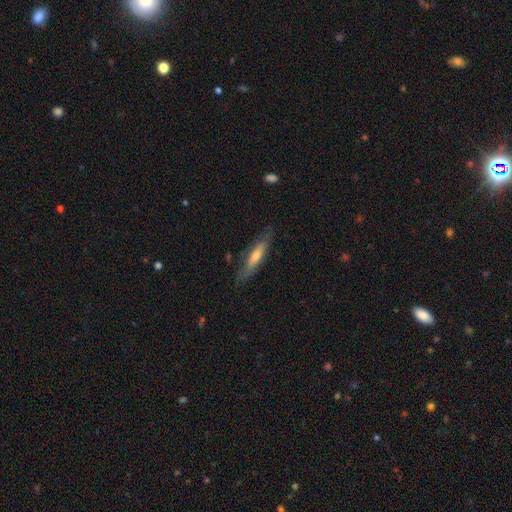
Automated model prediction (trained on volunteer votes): Smooth or featured? Predicted: smooth (p=0.47). Merging? Predicted: none (p=0.79).